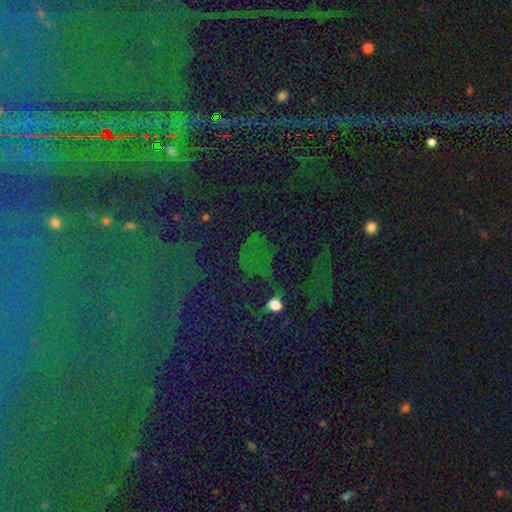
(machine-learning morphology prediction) star or artifact 76%, smooth 14%, featured or disk 9%.